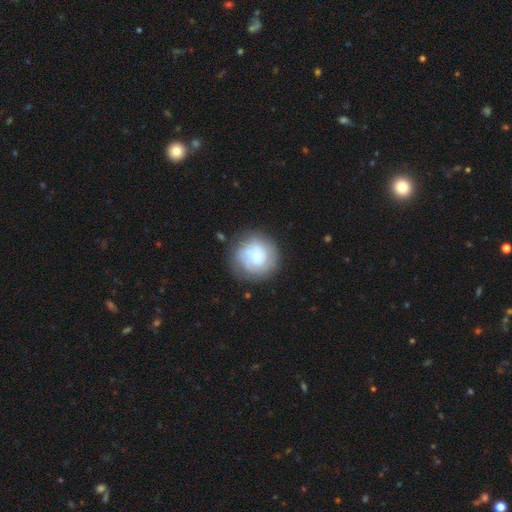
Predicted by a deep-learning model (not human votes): Q: Smooth or featured?
A: smooth (51%); runner-up: featured or disk (41%)
Q: How rounded?
A: round (92%); runner-up: in between (8%)
Q: Merging?
A: none (74%); runner-up: minor disturbance (16%)